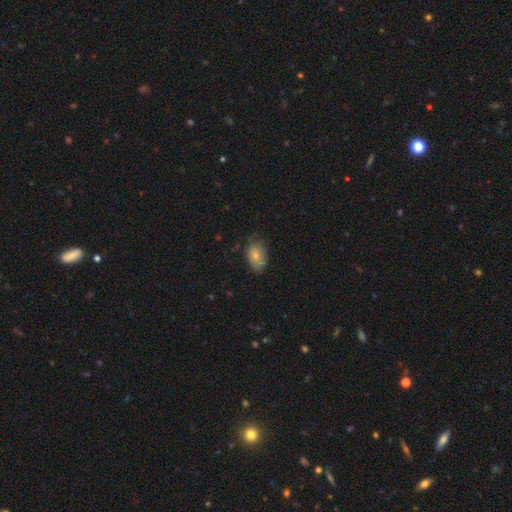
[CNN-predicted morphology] This appears to be a smooth galaxy with no disk features (75%) that is in between round and cigar-shaped (84%). Merging: none (63%).